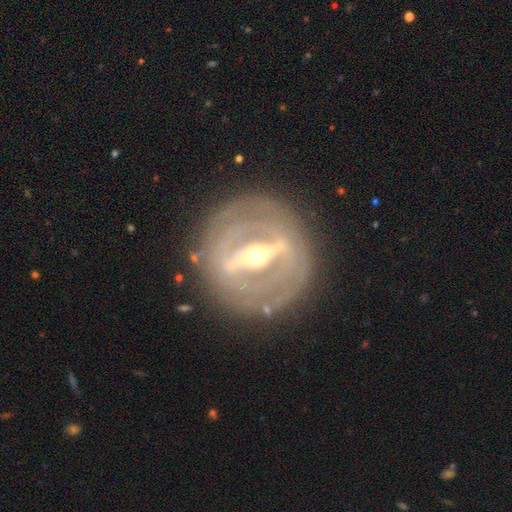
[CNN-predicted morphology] smooth-or-featured: featured or disk: 88% | smooth: 7% | star or artifact: 5%
  disk-edge-on: no: 78% | yes: 22%
    bar: strong: 86% | weak: 10% | no: 4%
    has-spiral-arms: no: 52% | yes: 48%
    bulge-size: moderate: 68% | small: 23% | large: 7% | dominant: 1% | none: 1%
  merging: none: 84% | minor disturbance: 10% | major disturbance: 5% | merger: 1%